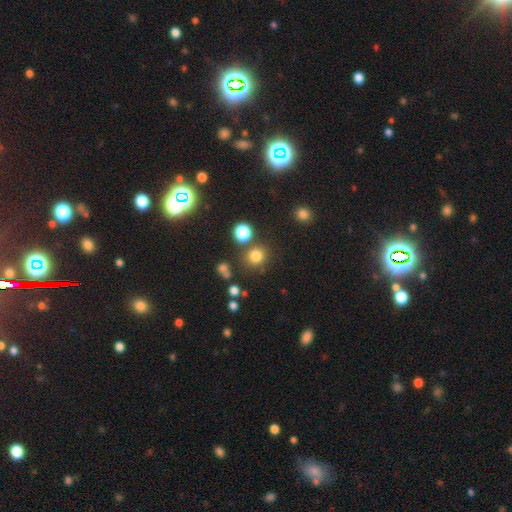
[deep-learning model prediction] This appears to be a smooth galaxy with no disk features (77%) that is round (87%). Merging: none (78%).